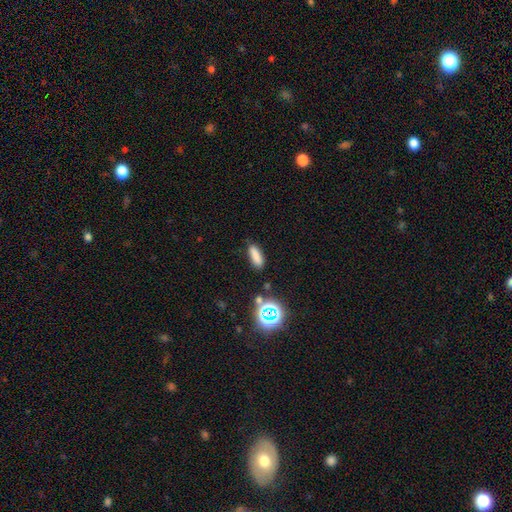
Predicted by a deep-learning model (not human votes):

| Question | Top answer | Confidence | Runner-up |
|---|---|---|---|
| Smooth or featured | smooth | 79% | star or artifact (14%) |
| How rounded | cigar-shaped | 50% | in between (46%) |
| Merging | none | 84% | minor disturbance (10%) |